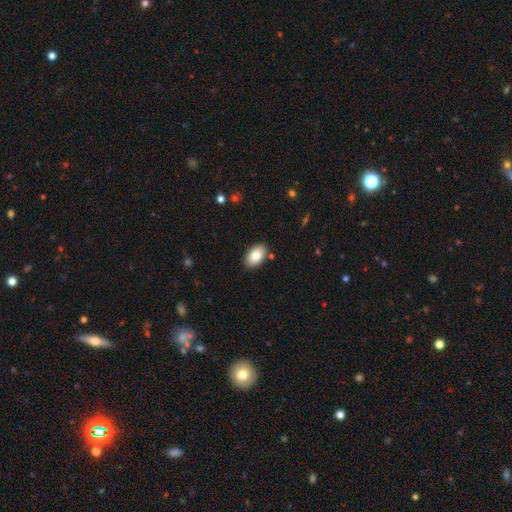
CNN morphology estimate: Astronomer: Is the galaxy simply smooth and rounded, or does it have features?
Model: smooth — 83%.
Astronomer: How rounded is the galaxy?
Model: in between — 92%.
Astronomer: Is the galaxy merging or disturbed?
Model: none — 87%.